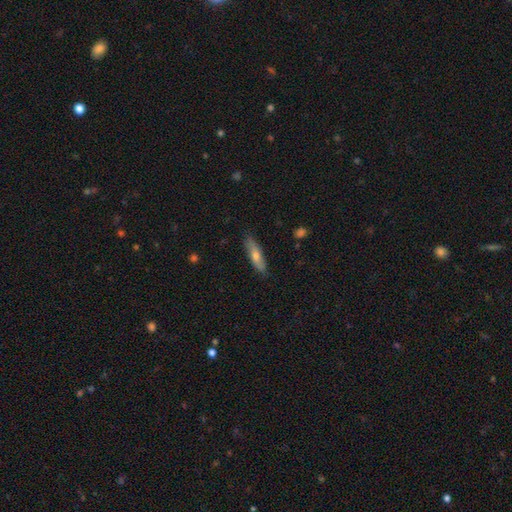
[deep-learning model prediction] Smooth or featured? smooth (58%)
How rounded? cigar-shaped (71%)
Merging? none (85%)